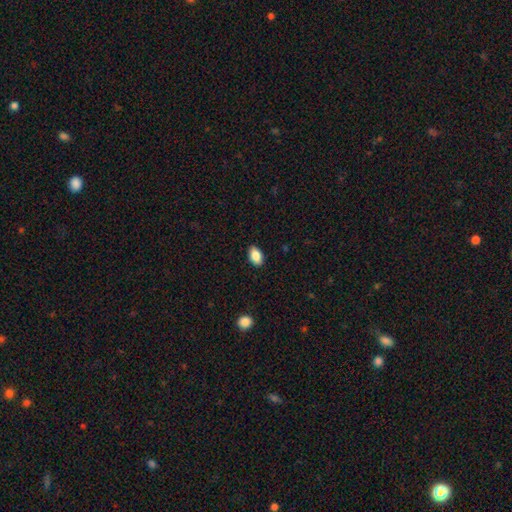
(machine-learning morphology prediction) Smooth or featured?
  - smooth: 87% *
  - star or artifact: 8%
  - featured or disk: 5%
How rounded?
  - in between: 90% *
  - round: 8%
  - cigar-shaped: 2%
Merging?
  - none: 88% *
  - minor disturbance: 9%
  - major disturbance: 2%
  - merger: 1%